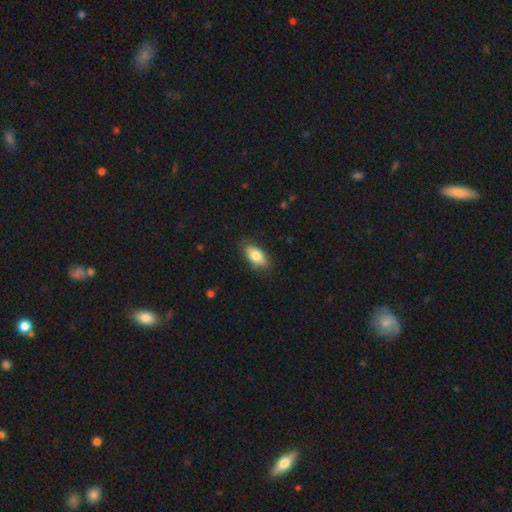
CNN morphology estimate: smooth 78%, featured or disk 16%, star or artifact 7%. Down the decision tree: how rounded — in between (88%); merging — none (82%).